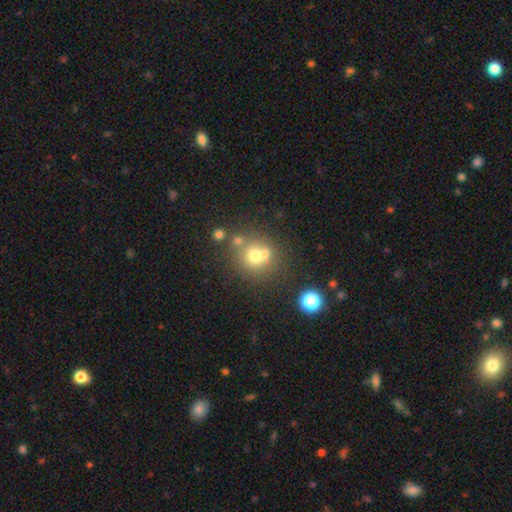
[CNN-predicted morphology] This is likely a smooth galaxy (62%). How rounded: clearly round (85%). Merging: possibly none (51%).